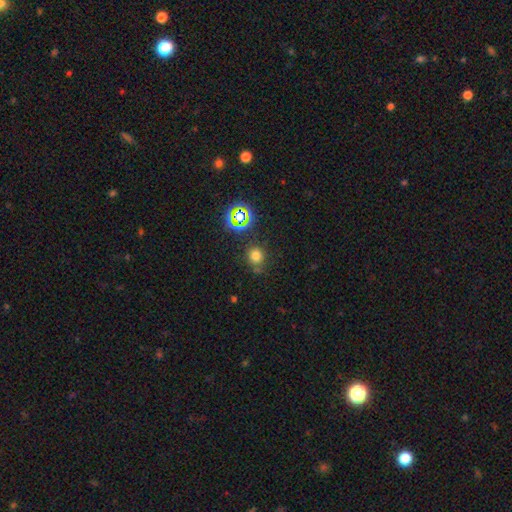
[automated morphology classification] type=smooth (69%); roundness=round (85%); merging=none (75%).